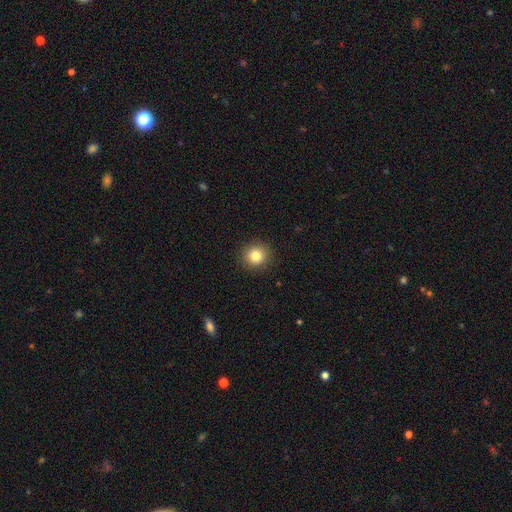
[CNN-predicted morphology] smooth-or-featured: smooth: 83% | star or artifact: 11% | featured or disk: 6%
  how-rounded: round: 92% | in between: 7% | cigar-shaped: 1%
  merging: none: 91% | minor disturbance: 6% | major disturbance: 2% | merger: 1%